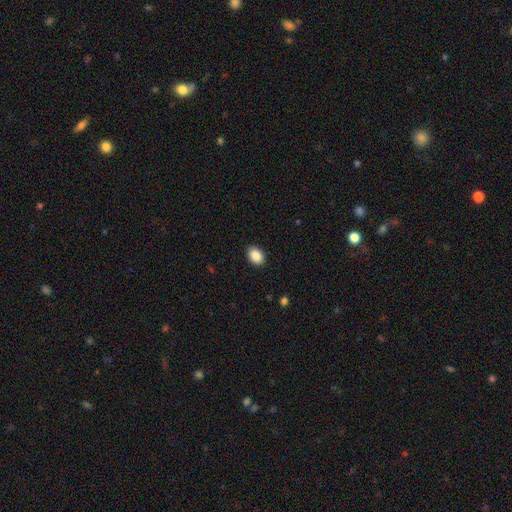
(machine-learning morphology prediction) Overall: smooth (89%). How rounded: in between (77%). Merging: none (91%).